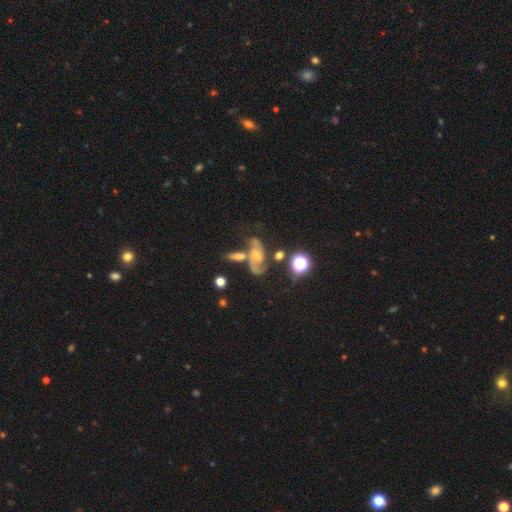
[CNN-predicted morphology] A featured or disk galaxy (74%) with no bar (65%), 2 (79%) medium (48%) spiral arms (92%) and a moderate central bulge (49%). Merging: none (40%).